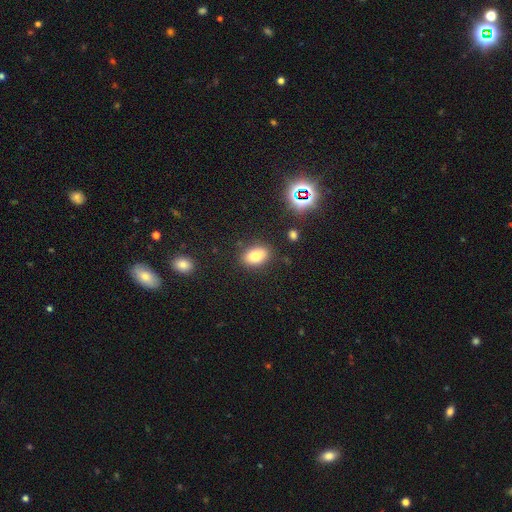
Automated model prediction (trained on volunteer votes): Q: Smooth or featured?
A: smooth (77%); runner-up: star or artifact (12%)
Q: How rounded?
A: in between (82%); runner-up: round (16%)
Q: Merging?
A: none (84%); runner-up: minor disturbance (10%)